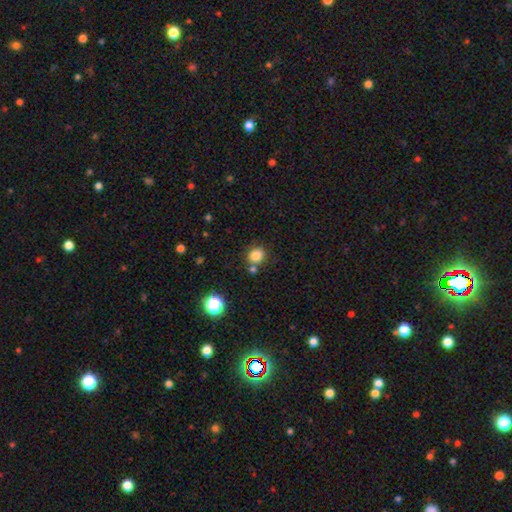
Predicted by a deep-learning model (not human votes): A smooth galaxy with no disk features (82%) that is round (78%).

Vote fractions:
- Smooth or featured? smooth: 82% / star or artifact: 13% / featured or disk: 6%
- How rounded? round: 78% / in between: 21% / cigar-shaped: 1%
- Merging? none: 71% / merger: 15% / minor disturbance: 11% / major disturbance: 3%